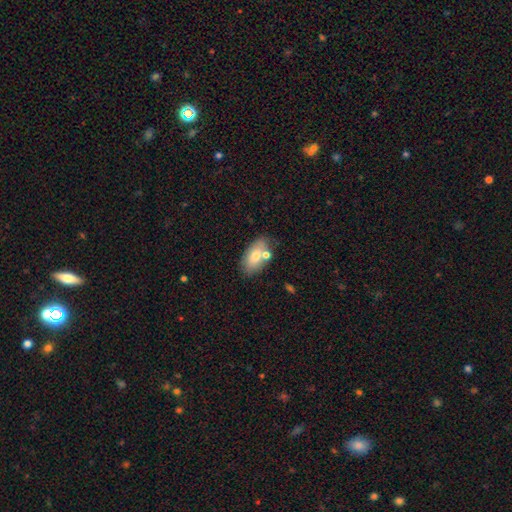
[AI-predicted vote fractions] A smooth galaxy with no disk features (74%) that is in between round and cigar-shaped (92%). Merging: none (67%).